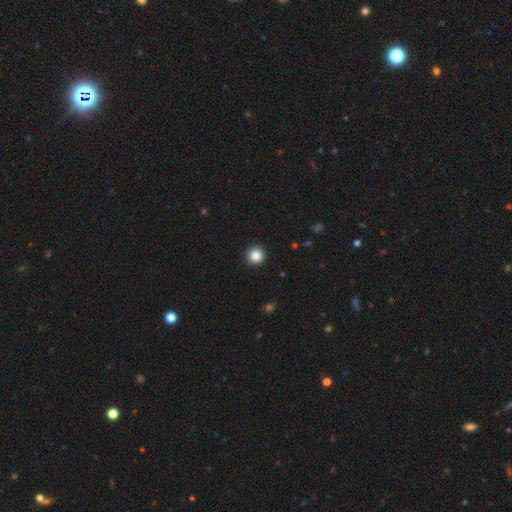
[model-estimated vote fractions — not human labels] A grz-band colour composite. It shows a smooth galaxy with no disk features (85%) that is round (96%). Merging: none (93%).